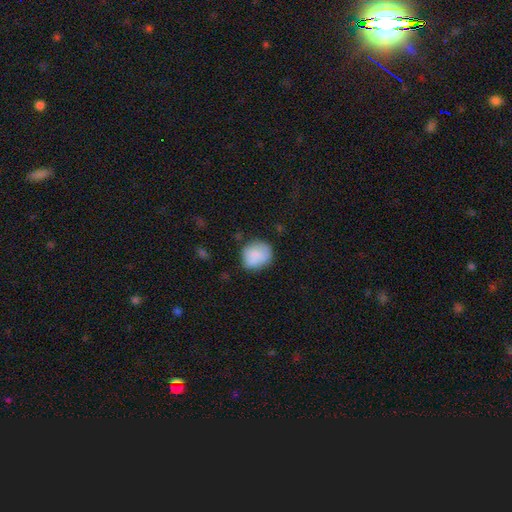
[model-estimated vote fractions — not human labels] smooth-or-featured: smooth: 83% | featured or disk: 10% | star or artifact: 8%
  how-rounded: round: 71% | in between: 27% | cigar-shaped: 1%
  merging: none: 67% | minor disturbance: 22% | major disturbance: 6% | merger: 4%